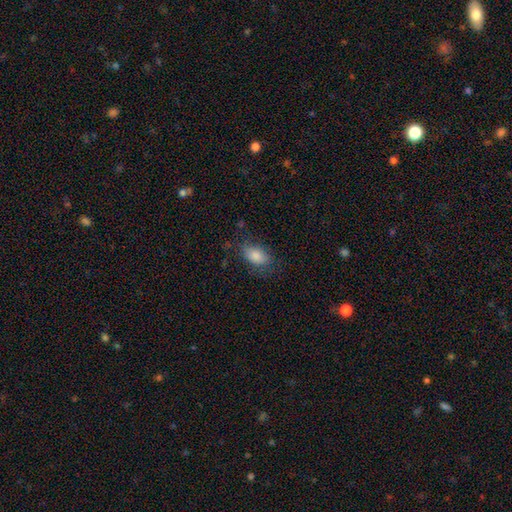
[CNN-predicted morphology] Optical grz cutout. It shows a smooth galaxy with no disk features (84%) that is in between round and cigar-shaped (89%). Merging: none (73%).